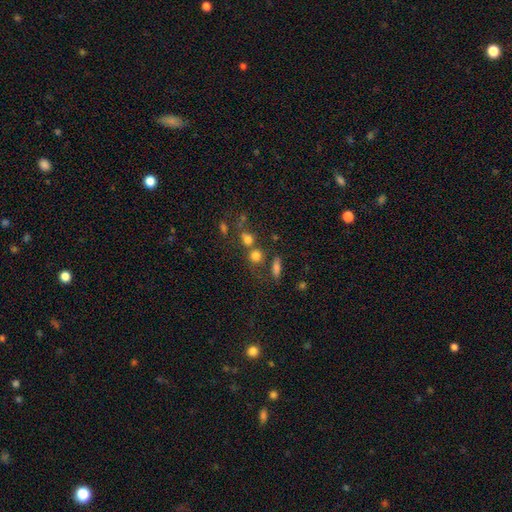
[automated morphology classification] A smooth galaxy with no disk features (75%) that is round (83%).

Vote fractions:
- Smooth or featured? smooth: 75% / star or artifact: 15% / featured or disk: 10%
- How rounded? round: 83% / in between: 16% / cigar-shaped: 2%
- Merging? none: 54% / merger: 30% / minor disturbance: 10% / major disturbance: 6%